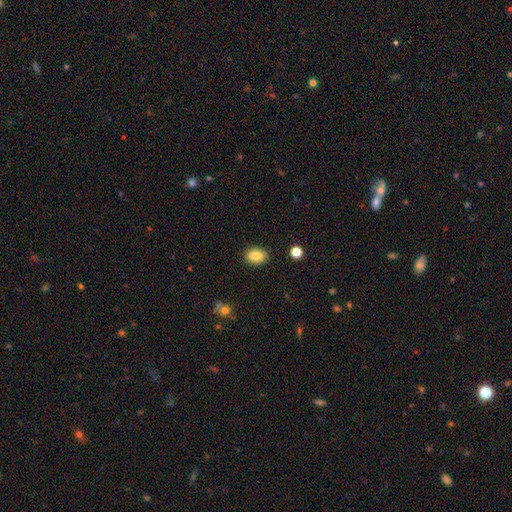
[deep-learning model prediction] smooth 84%, star or artifact 9%, featured or disk 7%. Down the decision tree: how rounded — in between (76%); merging — none (88%).